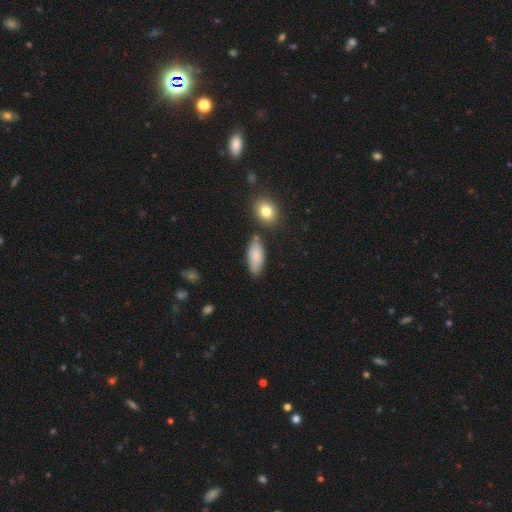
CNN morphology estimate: Overall: smooth (81%). How rounded: in between (81%). Merging: none (73%).